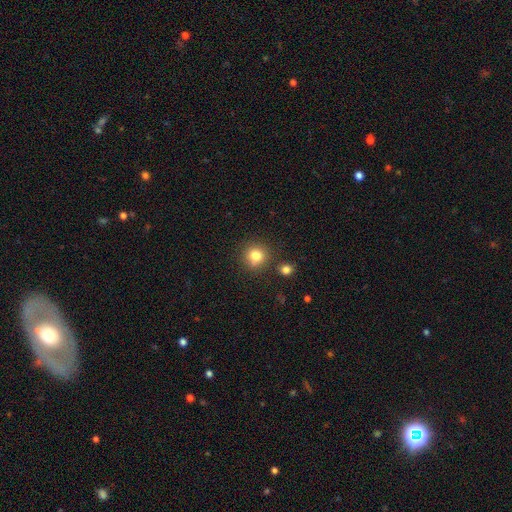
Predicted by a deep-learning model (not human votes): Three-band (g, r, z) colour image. It shows a smooth galaxy with no disk features (80%) that is round (90%). Merging: none (75%).